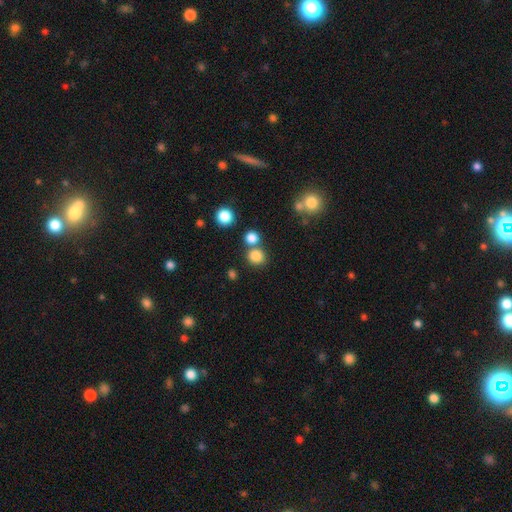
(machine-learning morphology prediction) type=smooth (82%); roundness=round (85%); merging=none (68%).